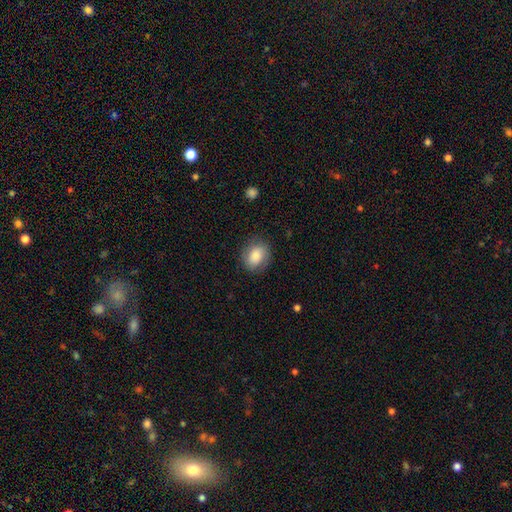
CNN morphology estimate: This appears to be a smooth galaxy with no disk features (81%) that is in between round and cigar-shaped (52%). Merging: none (81%).